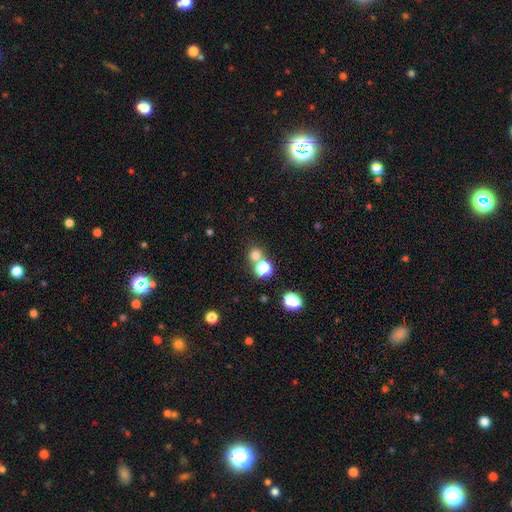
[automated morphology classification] Smooth or featured? Predicted: smooth (p=0.70). How rounded? Predicted: round (p=0.89). Merging? Predicted: none (p=0.66).